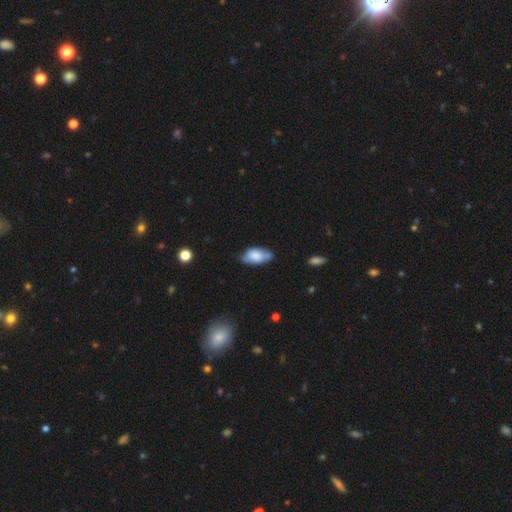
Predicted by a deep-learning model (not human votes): Smooth or featured? smooth (74%)
How rounded? in between (92%)
Merging? none (61%)